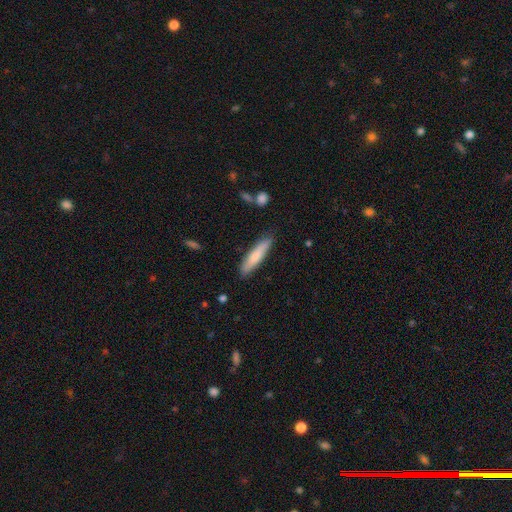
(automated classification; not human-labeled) Smooth or featured?
  - smooth: 73% *
  - featured or disk: 21%
  - star or artifact: 5%
How rounded?
  - cigar-shaped: 86% *
  - in between: 13%
  - round: 1%
Merging?
  - none: 83% *
  - minor disturbance: 13%
  - major disturbance: 2%
  - merger: 2%